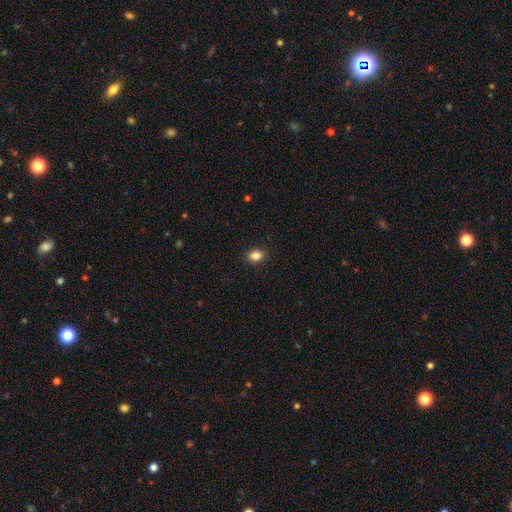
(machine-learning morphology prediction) Smooth or featured? Predicted: smooth (p=0.85). How rounded? Predicted: in between (p=0.72). Merging? Predicted: none (p=0.90).